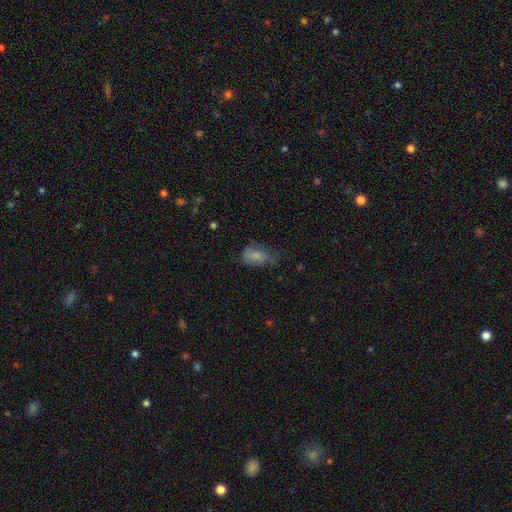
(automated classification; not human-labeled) Smooth or featured?
  - smooth: 72% *
  - featured or disk: 18%
  - star or artifact: 9%
How rounded?
  - in between: 88% *
  - round: 9%
  - cigar-shaped: 3%
Merging?
  - minor disturbance: 38% *
  - none: 37%
  - major disturbance: 22%
  - merger: 2%